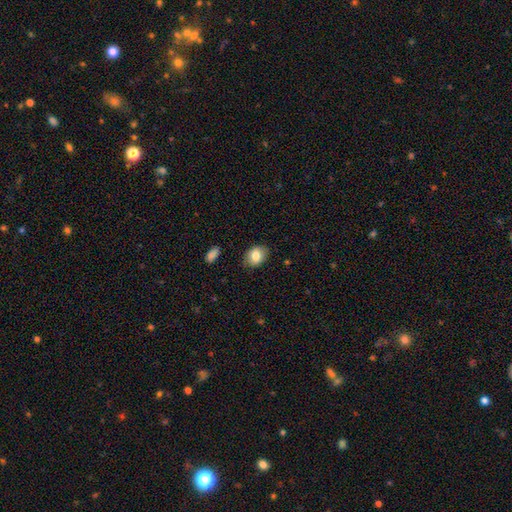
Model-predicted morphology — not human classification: Overall: smooth (81%). How rounded: in between (72%). Merging: none (82%).